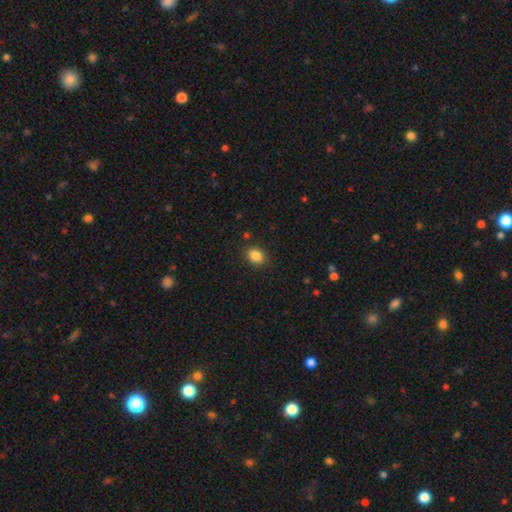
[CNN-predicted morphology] Q: Smooth or featured?
A: smooth (86%); runner-up: star or artifact (10%)
Q: How rounded?
A: in between (64%); runner-up: round (35%)
Q: Merging?
A: none (87%); runner-up: minor disturbance (9%)